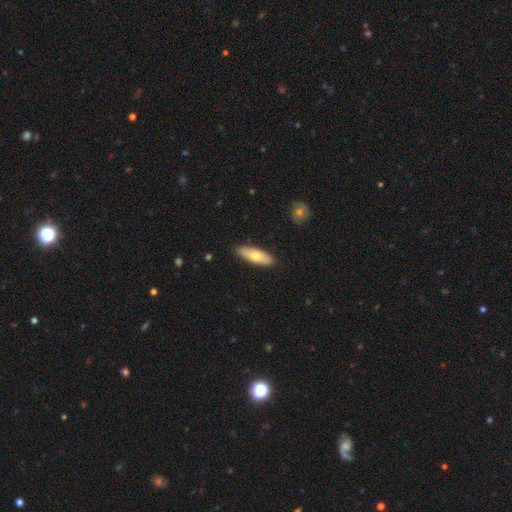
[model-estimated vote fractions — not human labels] smooth_or_featured: smooth (p=0.68) [alt: featured or disk p=0.26]
how_rounded: in between (p=0.61) [alt: cigar-shaped p=0.37]
merging: none (p=0.89) [alt: minor disturbance p=0.08]